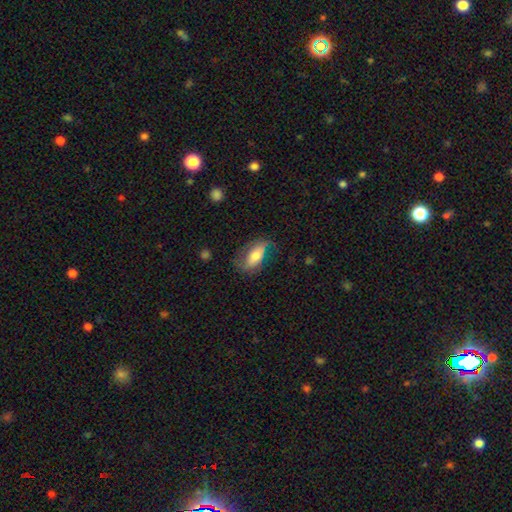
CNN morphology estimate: Overall: smooth (50%; featured or disk 43%). Merging: none (58%; minor disturbance 24%).